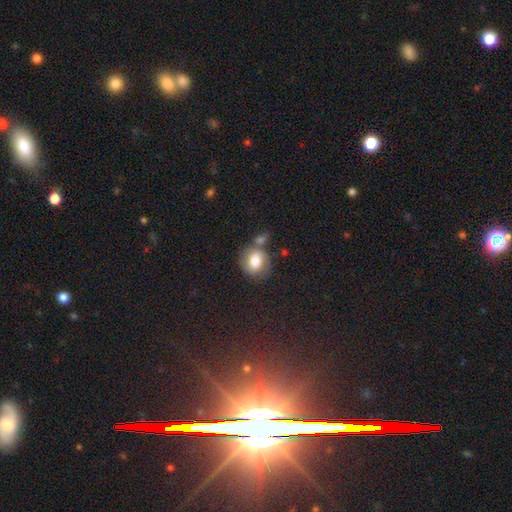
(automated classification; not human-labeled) Overall: smooth (68%). How rounded: round (70%). Merging: none (56%; merger 22%).